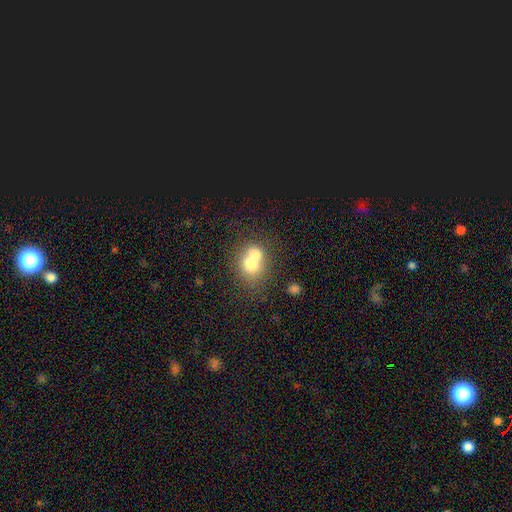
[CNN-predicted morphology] Smooth or featured? smooth (68%)
How rounded? round (63%)
Merging? merger (64%)